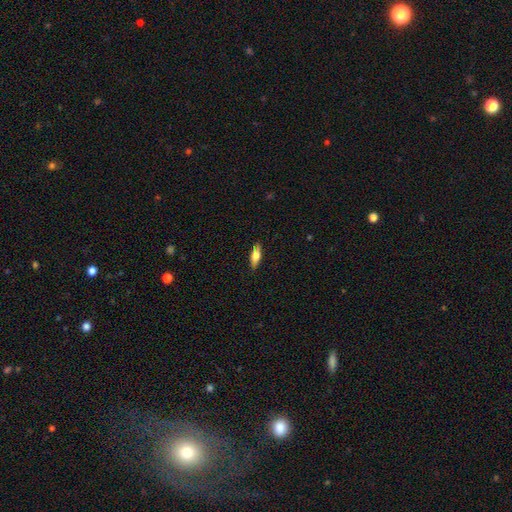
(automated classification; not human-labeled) This appears to be a smooth galaxy with no disk features (64%) that is in between round and cigar-shaped (62%). Merging: none (87%).